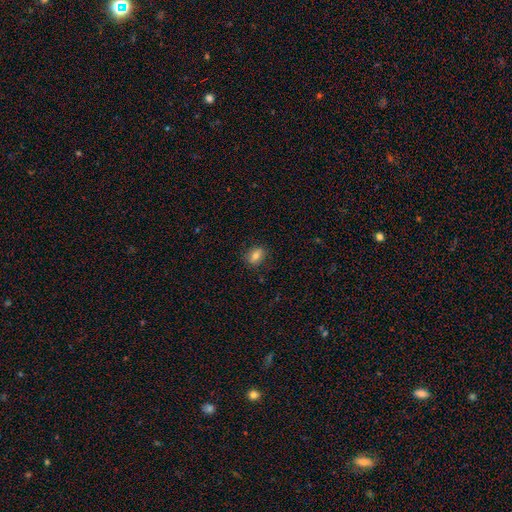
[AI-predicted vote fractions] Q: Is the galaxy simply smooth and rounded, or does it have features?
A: smooth — 76%.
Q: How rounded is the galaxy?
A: in between — 58%.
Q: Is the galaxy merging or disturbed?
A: none — 84%.